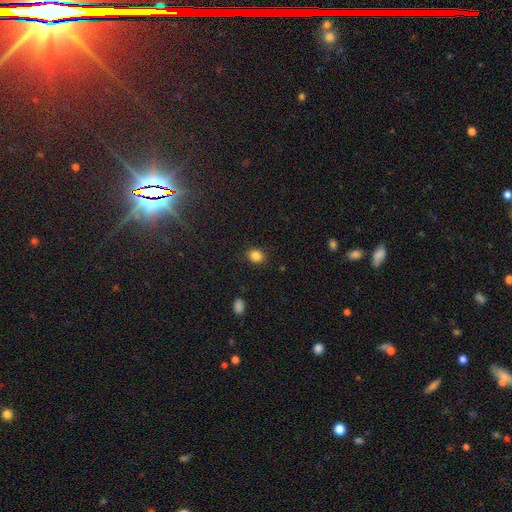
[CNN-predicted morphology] Smooth or featured? smooth (85%)
How rounded? round (54%)
Merging? none (88%)